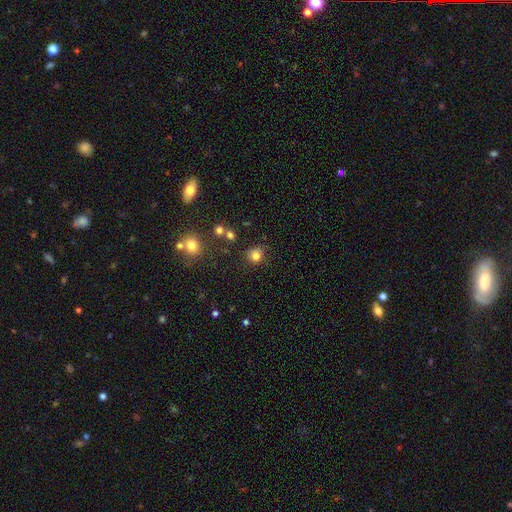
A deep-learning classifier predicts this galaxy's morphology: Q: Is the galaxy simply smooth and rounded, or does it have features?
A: smooth — 82%.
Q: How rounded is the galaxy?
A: round — 85%.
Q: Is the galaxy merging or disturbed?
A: none — 77%.